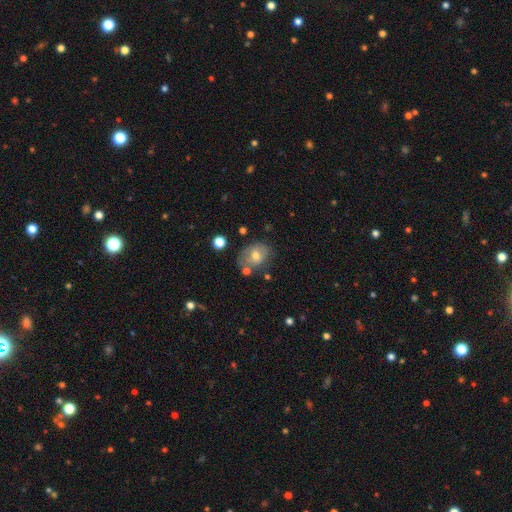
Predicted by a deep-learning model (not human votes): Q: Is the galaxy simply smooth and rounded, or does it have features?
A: smooth — 60%.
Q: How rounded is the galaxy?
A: in between — 54%.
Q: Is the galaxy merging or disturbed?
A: none — 60%.